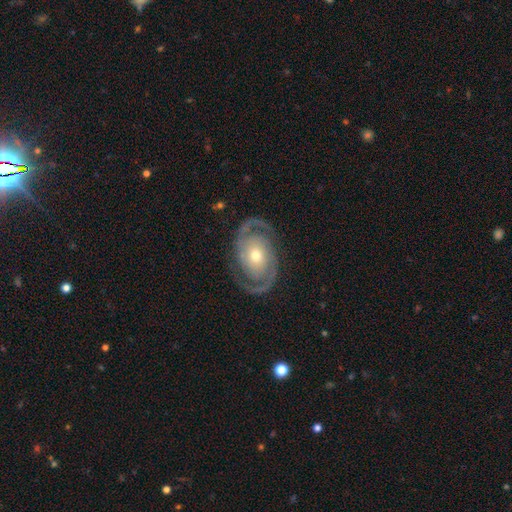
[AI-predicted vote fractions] This appears to be a featured or disk galaxy (91%) with no bar (71%), 2 (93%) medium (46%) spiral arms (98%) and a moderate central bulge (58%). Merging: none (83%).